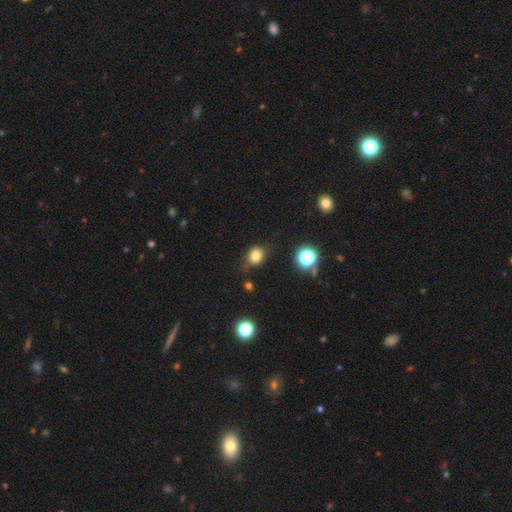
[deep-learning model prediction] smooth-or-featured: smooth: 79% | star or artifact: 13% | featured or disk: 8%
  how-rounded: round: 58% | in between: 41% | cigar-shaped: 1%
  merging: none: 71% | minor disturbance: 21% | major disturbance: 5% | merger: 3%